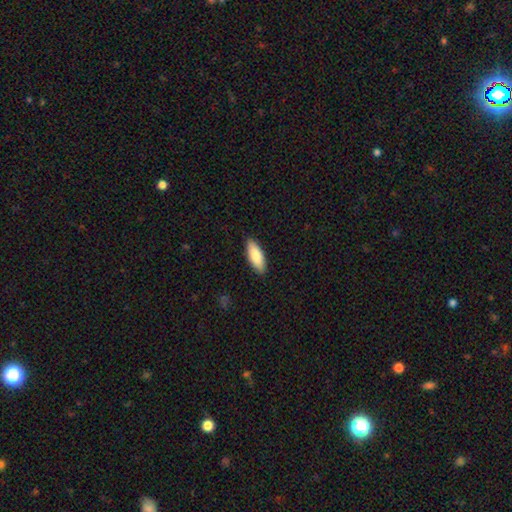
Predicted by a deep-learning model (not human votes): Overall: smooth (84%). How rounded: in between (72%). Merging: none (90%).